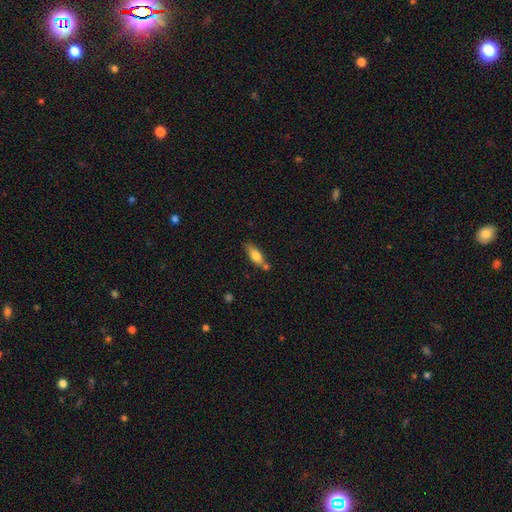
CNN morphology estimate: Overall: smooth (70%). How rounded: in between (63%; cigar-shaped 34%). Merging: none (61%).